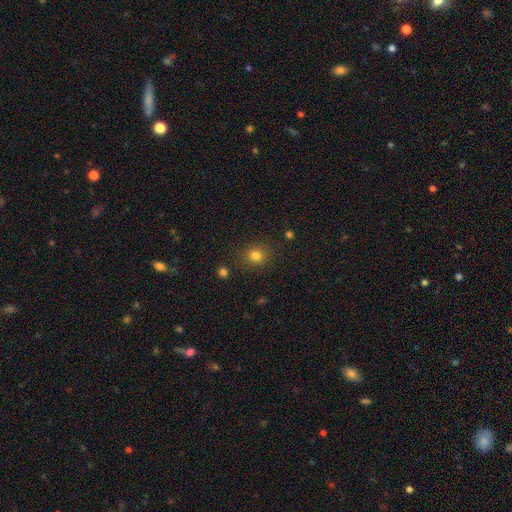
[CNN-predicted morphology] smooth-or-featured: smooth: 80% | star or artifact: 14% | featured or disk: 6%
  how-rounded: round: 78% | in between: 21% | cigar-shaped: 1%
  merging: none: 86% | minor disturbance: 9% | major disturbance: 3% | merger: 2%